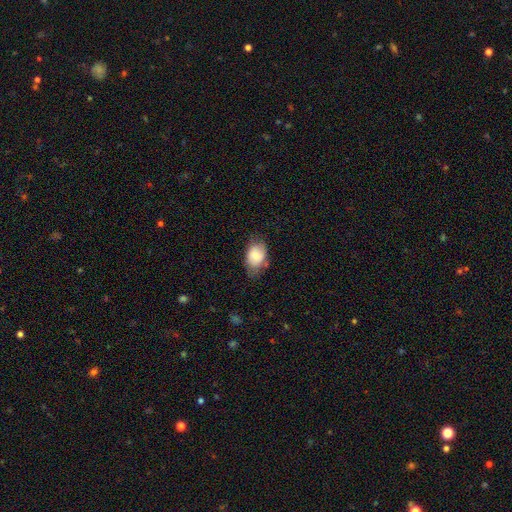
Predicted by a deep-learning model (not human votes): smooth_or_featured: smooth (p=0.78) [alt: featured or disk p=0.15]
how_rounded: in between (p=0.83) [alt: round p=0.16]
merging: none (p=0.60) [alt: minor disturbance p=0.30]